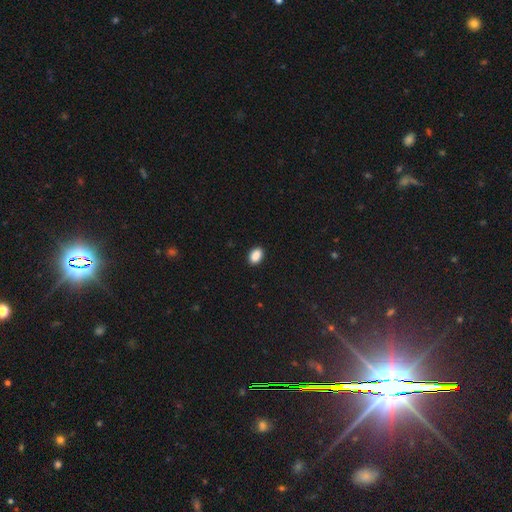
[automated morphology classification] The model was most divided on "how rounded": in between: 83%, round: 15%, cigar-shaped: 1%. More confident: merging — none (89%); smooth or featured — smooth (89%).